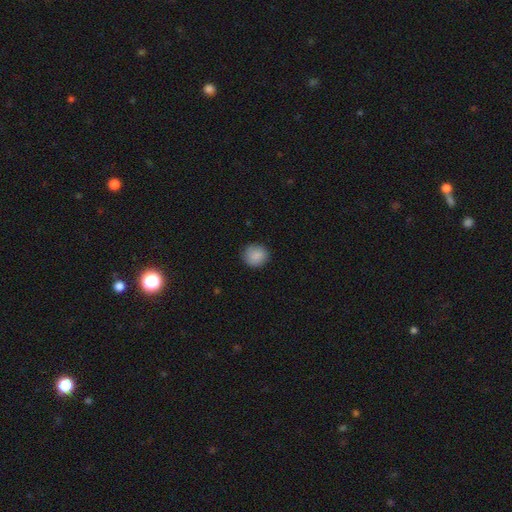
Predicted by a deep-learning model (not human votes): Smooth or featured? Predicted: smooth (p=0.88). How rounded? Predicted: round (p=0.86). Merging? Predicted: none (p=0.86).